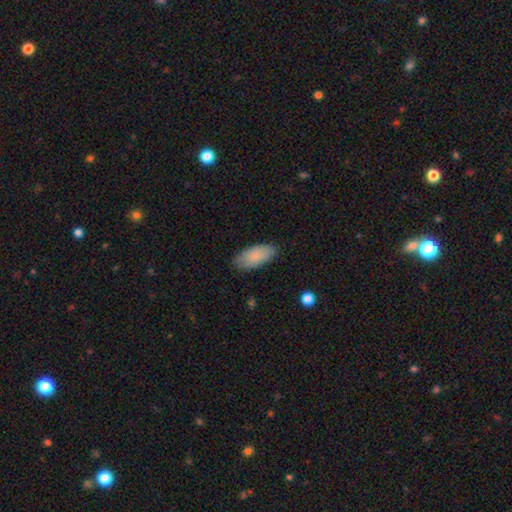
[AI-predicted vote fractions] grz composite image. It shows a smooth galaxy with no disk features (84%) that is in between round and cigar-shaped (91%). Merging: none (82%).